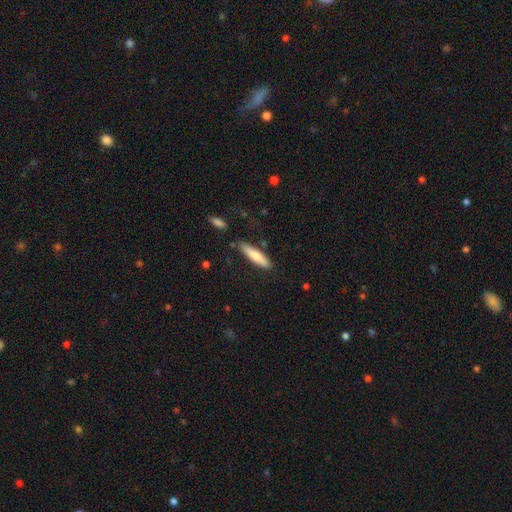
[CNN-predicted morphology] smooth-or-featured: smooth: 75% | featured or disk: 20% | star or artifact: 5%
  how-rounded: cigar-shaped: 77% | in between: 22% | round: 1%
  merging: none: 83% | minor disturbance: 12% | merger: 3% | major disturbance: 2%